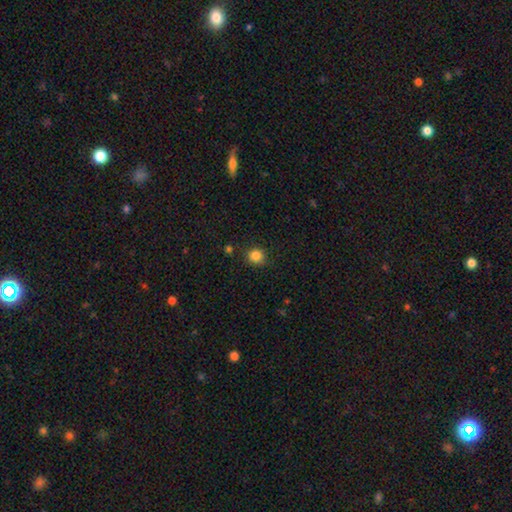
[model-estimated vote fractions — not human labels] This is clearly a smooth galaxy (85%). How rounded: clearly round (89%). Merging: clearly none (88%).